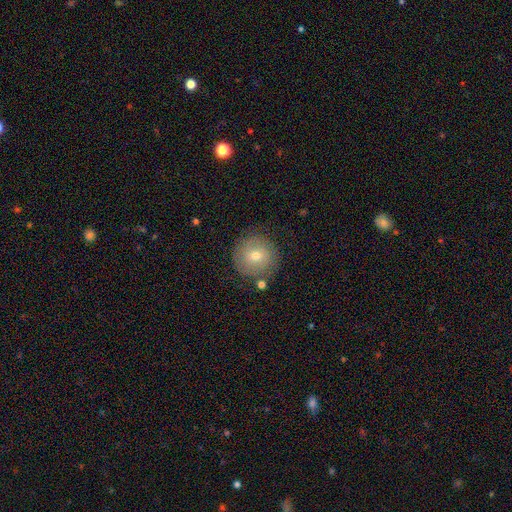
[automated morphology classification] A smooth galaxy with no disk features (71%) that is round (95%).

Vote fractions:
- Smooth or featured? smooth: 71% / featured or disk: 19% / star or artifact: 10%
- How rounded? round: 95% / in between: 4% / cigar-shaped: 1%
- Merging? none: 82% / minor disturbance: 11% / merger: 4% / major disturbance: 4%